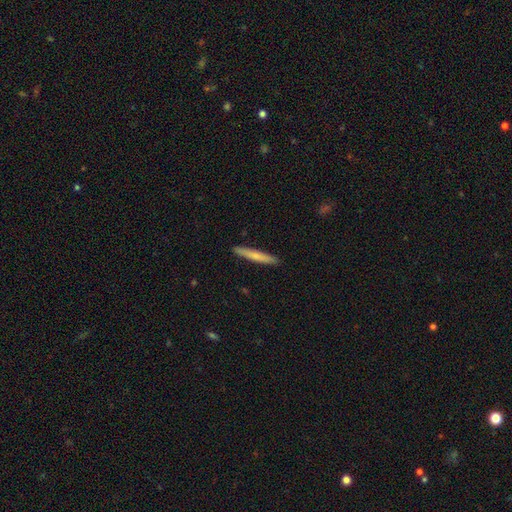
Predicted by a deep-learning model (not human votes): smooth_or_featured: smooth (p=0.66) [alt: featured or disk p=0.29]
how_rounded: cigar-shaped (p=0.95) [alt: in between p=0.03]
merging: none (p=0.91) [alt: minor disturbance p=0.06]